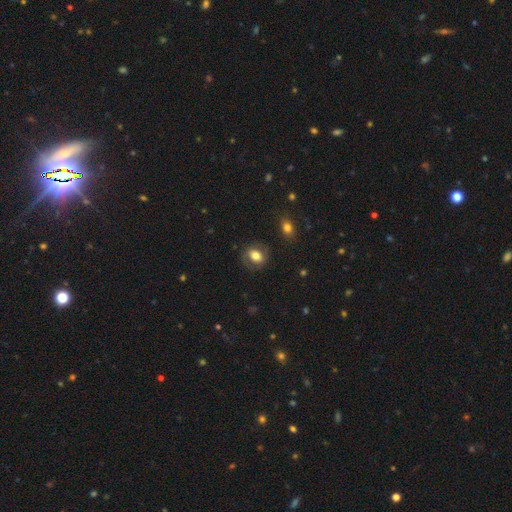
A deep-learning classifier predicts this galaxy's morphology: smooth-or-featured: smooth: 72% | featured or disk: 20% | star or artifact: 9%
  how-rounded: in between: 60% | round: 39% | cigar-shaped: 2%
  merging: none: 78% | minor disturbance: 14% | major disturbance: 6% | merger: 1%